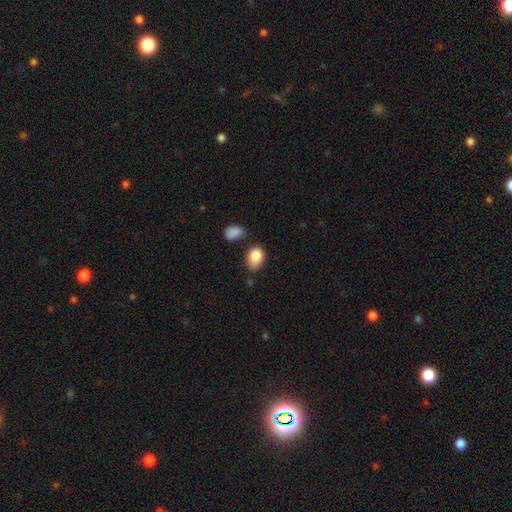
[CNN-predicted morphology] Smooth or featured? smooth (84%)
How rounded? in between (78%)
Merging? none (48%)